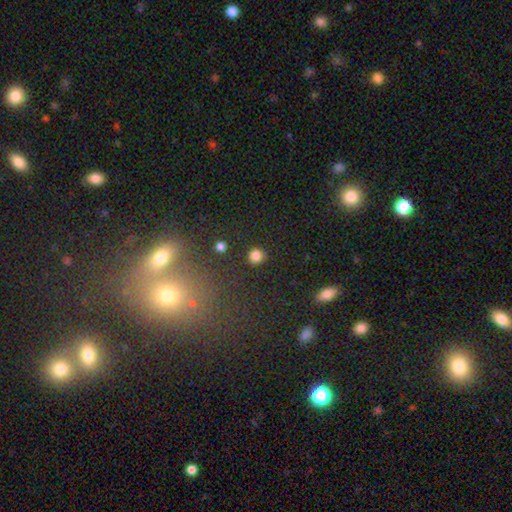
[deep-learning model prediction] A smooth galaxy with no disk features (84%) that is round (93%). Merging: none (90%).